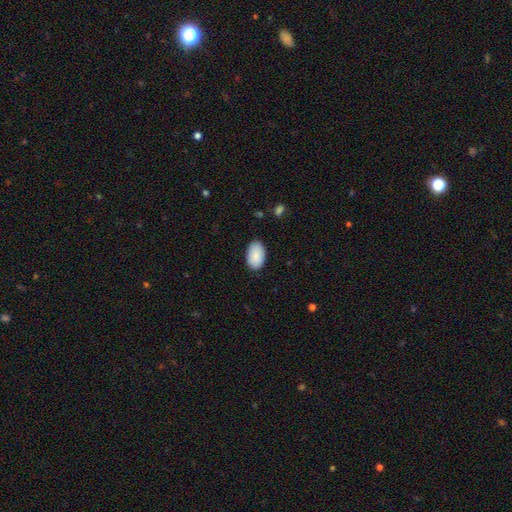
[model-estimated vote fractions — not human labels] Smooth or featured?
  - smooth: 88% *
  - star or artifact: 6%
  - featured or disk: 6%
How rounded?
  - in between: 94% *
  - round: 5%
  - cigar-shaped: 1%
Merging?
  - none: 86% *
  - minor disturbance: 11%
  - major disturbance: 2%
  - merger: 1%